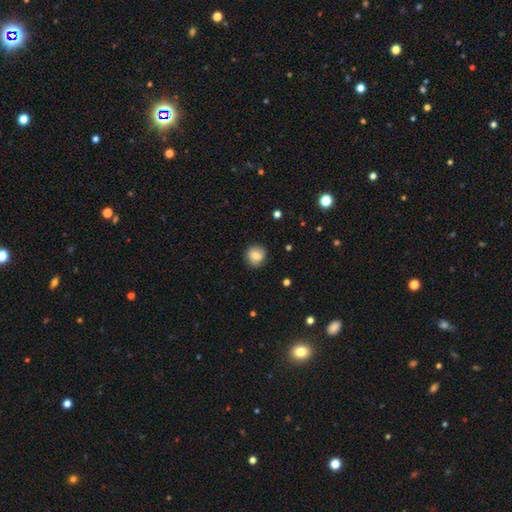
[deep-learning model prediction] A smooth galaxy with no disk features (81%) that is round (87%). Merging: none (84%).